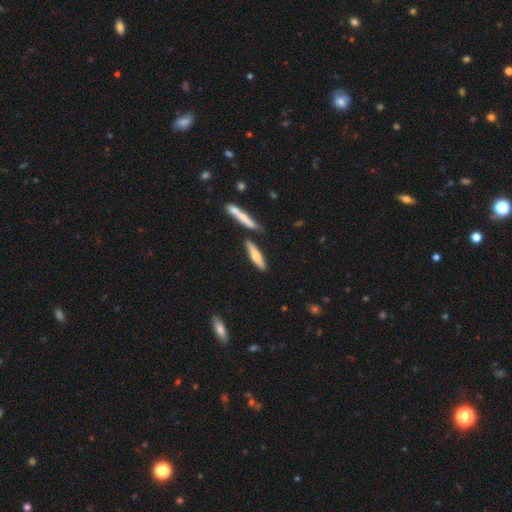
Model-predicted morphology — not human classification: The model was most divided on "smooth or featured": smooth: 60%, featured or disk: 34%, star or artifact: 6%. More confident: merging — none (78%); how rounded — cigar-shaped (77%).